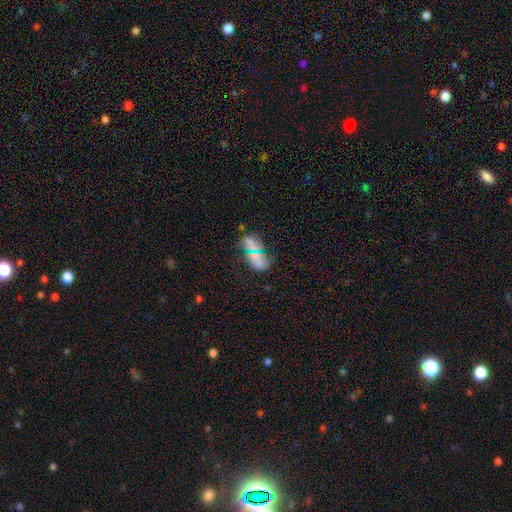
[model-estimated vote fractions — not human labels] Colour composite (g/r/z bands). It shows a smooth galaxy with no disk features (63%) that is in between round and cigar-shaped (85%). Merging: none (65%).